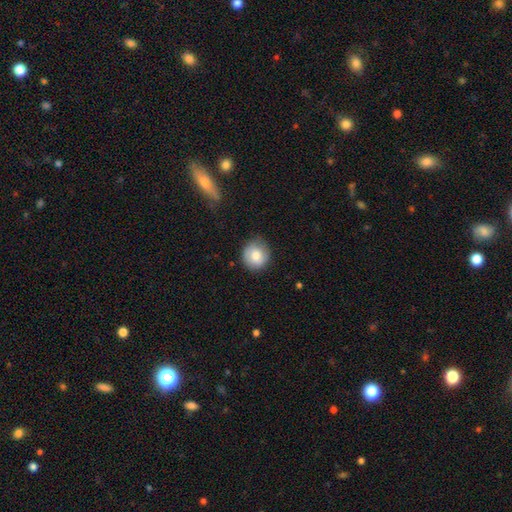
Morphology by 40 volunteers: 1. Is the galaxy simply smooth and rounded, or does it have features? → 82% smooth, 12% star or artifact, 5% featured or disk.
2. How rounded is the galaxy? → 82% round, 18% in between, 0% cigar-shaped.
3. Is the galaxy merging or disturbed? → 74% none, 11% minor disturbance, 9% major disturbance, 6% merger.